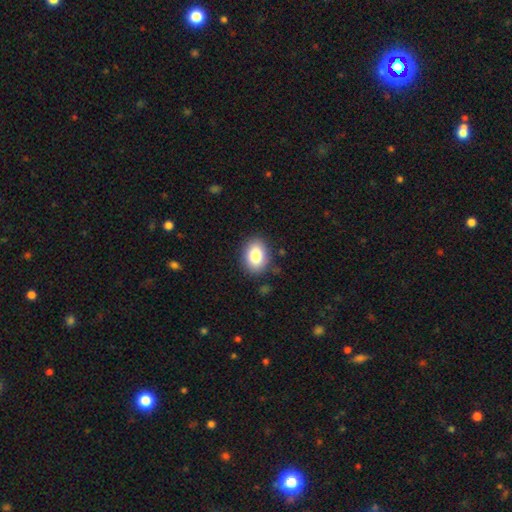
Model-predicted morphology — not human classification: Q: Smooth or featured?
A: smooth (82%); runner-up: featured or disk (9%)
Q: How rounded?
A: in between (74%); runner-up: round (25%)
Q: Merging?
A: none (85%); runner-up: minor disturbance (11%)